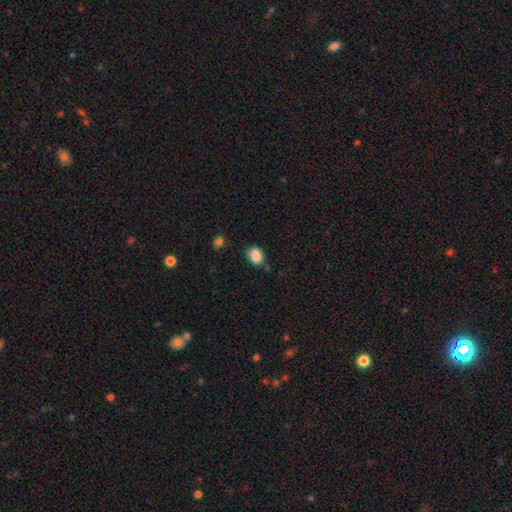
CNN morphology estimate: Overall: smooth (87%). How rounded: in between (75%). Merging: none (67%).